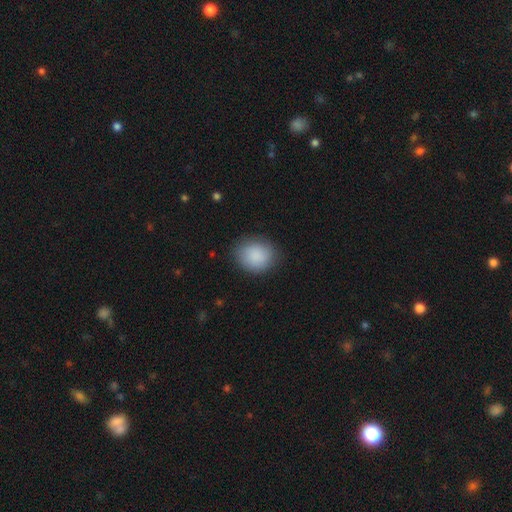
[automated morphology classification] smooth-or-featured: smooth: 88% | star or artifact: 7% | featured or disk: 5%
  how-rounded: round: 72% | in between: 27% | cigar-shaped: 1%
  merging: none: 83% | minor disturbance: 12% | major disturbance: 4% | merger: 1%